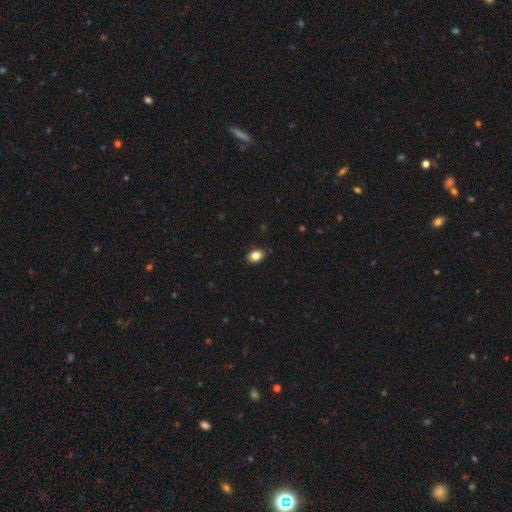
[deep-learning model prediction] This appears to be a smooth galaxy with no disk features (85%) that is in between round and cigar-shaped (72%). Merging: none (89%).